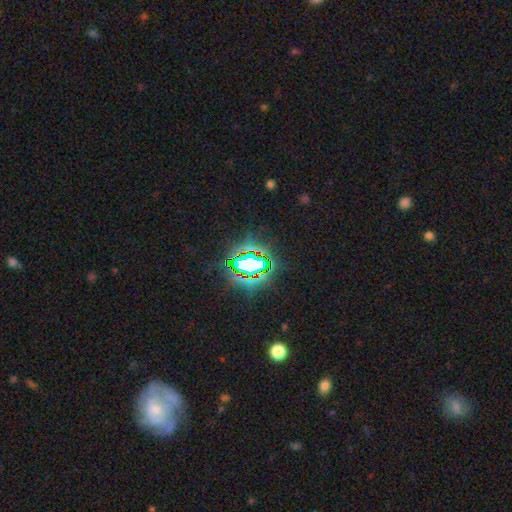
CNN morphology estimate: A star or artifact, not a galaxy (74%).

Vote fractions:
- Smooth or featured? star or artifact: 74% / smooth: 15% / featured or disk: 11%